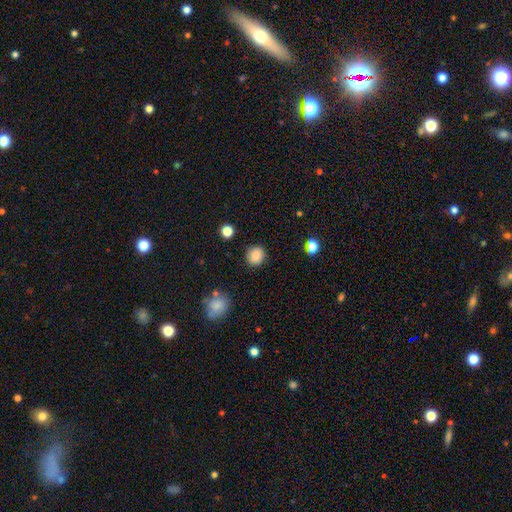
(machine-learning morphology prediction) smooth 86%, star or artifact 10%, featured or disk 4%. Down the decision tree: how rounded — round (88%); merging — none (89%).